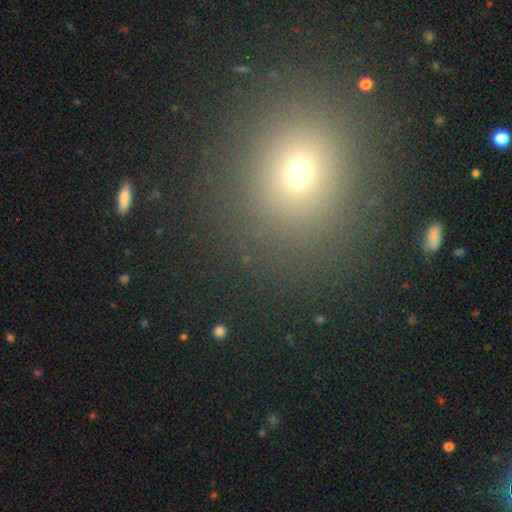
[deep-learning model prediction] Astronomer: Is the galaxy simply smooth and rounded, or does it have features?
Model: smooth — 60%.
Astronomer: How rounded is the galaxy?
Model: round — 84%.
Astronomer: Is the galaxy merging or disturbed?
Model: none — 89%.